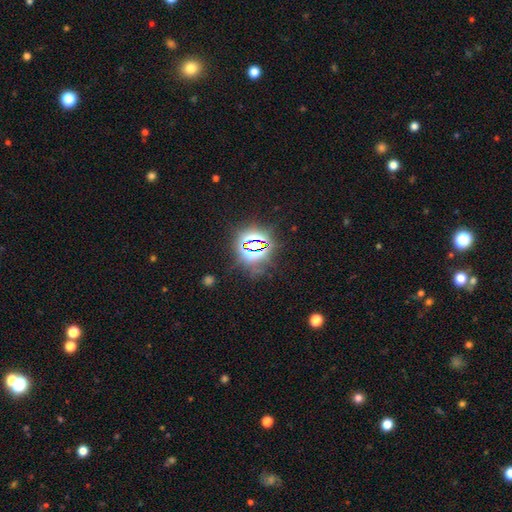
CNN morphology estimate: Smooth or featured? star or artifact (81%)